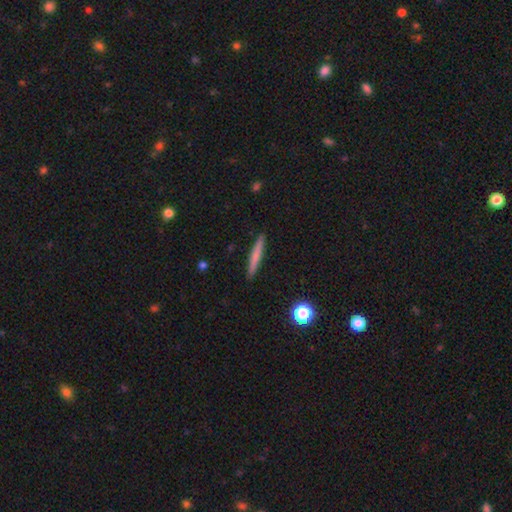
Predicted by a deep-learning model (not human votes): Smooth or featured: smooth — 67% (featured or disk — 26%)
How rounded: cigar-shaped — 95% (in between — 3%)
Merging: none — 92% (minor disturbance — 6%)